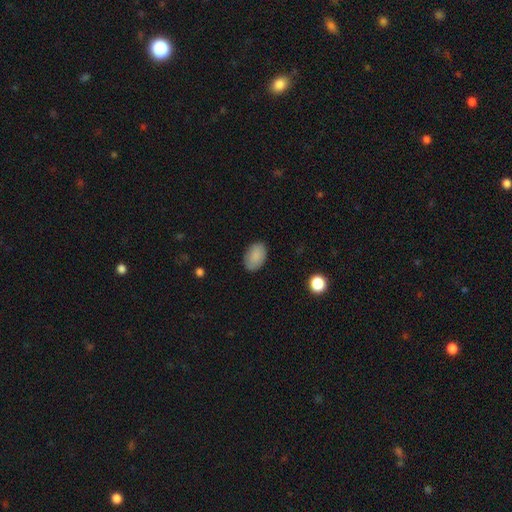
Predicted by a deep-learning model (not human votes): This appears to be a smooth galaxy with no disk features (87%) that is in between round and cigar-shaped (90%). Merging: none (86%).